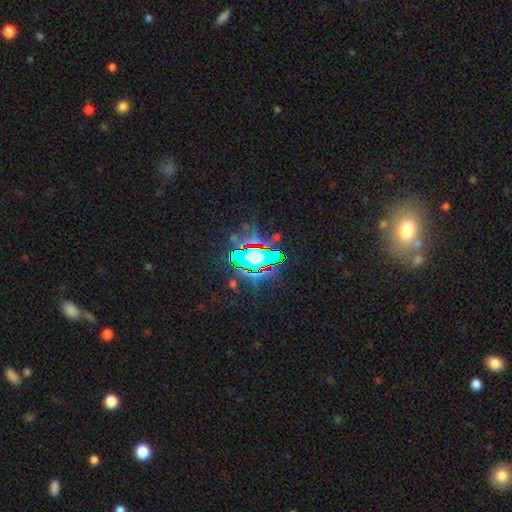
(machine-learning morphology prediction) smooth_or_featured: star or artifact (p=0.60) [alt: smooth p=0.22]